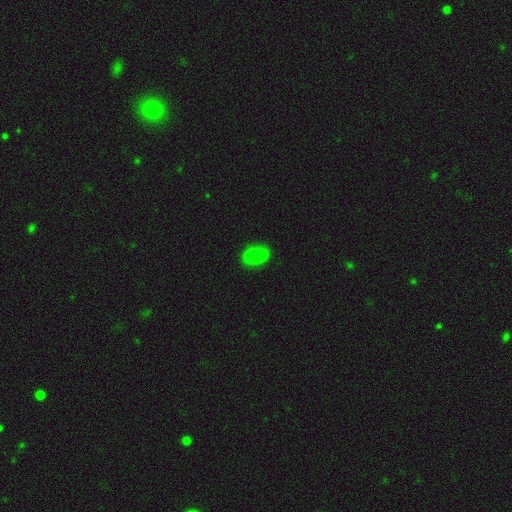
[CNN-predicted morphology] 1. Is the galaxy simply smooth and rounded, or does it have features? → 71% smooth, 19% featured or disk, 11% star or artifact.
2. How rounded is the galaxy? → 85% in between, 13% round, 2% cigar-shaped.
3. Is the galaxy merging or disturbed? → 78% none, 16% minor disturbance, 4% major disturbance, 1% merger.